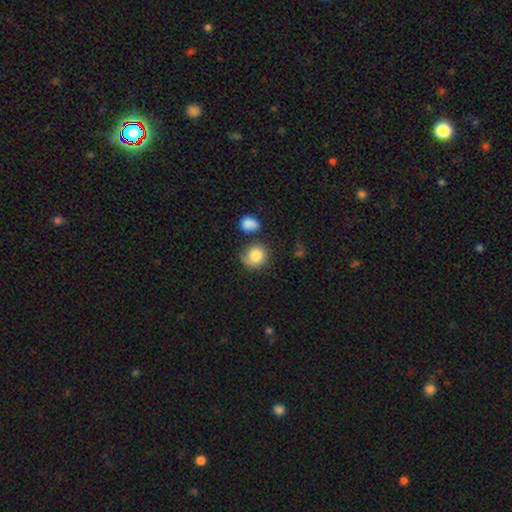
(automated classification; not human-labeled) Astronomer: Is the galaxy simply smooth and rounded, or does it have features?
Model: smooth — 83%.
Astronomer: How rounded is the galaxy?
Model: round — 80%.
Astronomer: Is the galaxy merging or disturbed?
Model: none — 59%.